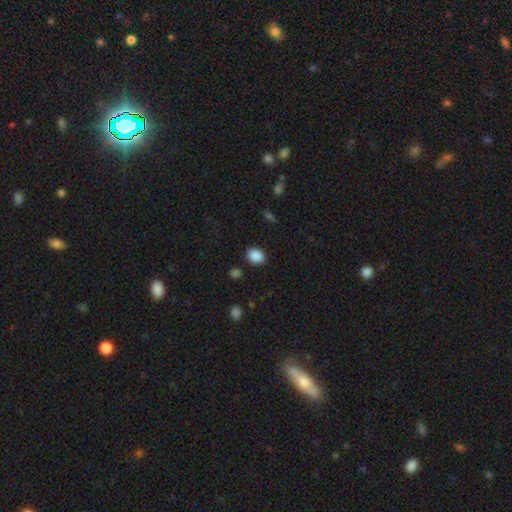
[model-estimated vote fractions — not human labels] Smooth or featured: smooth — 88% (star or artifact — 9%)
How rounded: in between — 54% (round — 45%)
Merging: none — 87% (minor disturbance — 8%)